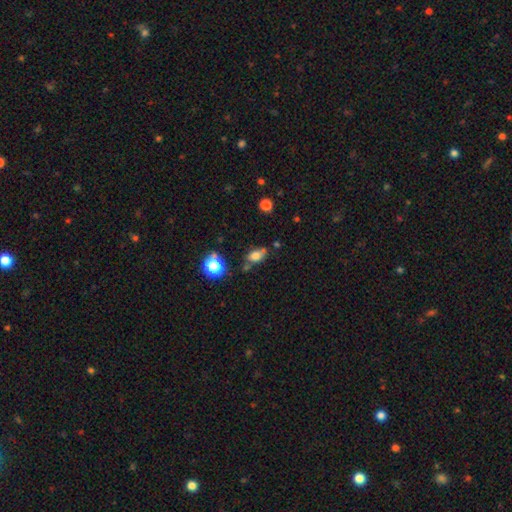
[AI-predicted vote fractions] Overall: smooth (74%). How rounded: in between (77%). Merging: none (60%; minor disturbance 20%).